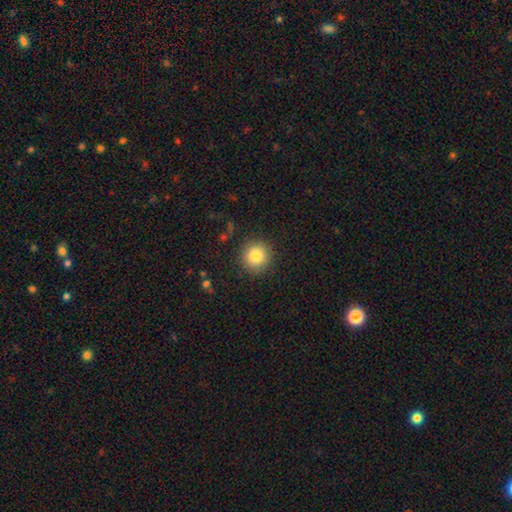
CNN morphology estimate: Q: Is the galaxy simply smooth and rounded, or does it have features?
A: smooth — 85%.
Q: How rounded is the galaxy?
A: round — 92%.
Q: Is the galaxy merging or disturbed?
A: none — 88%.